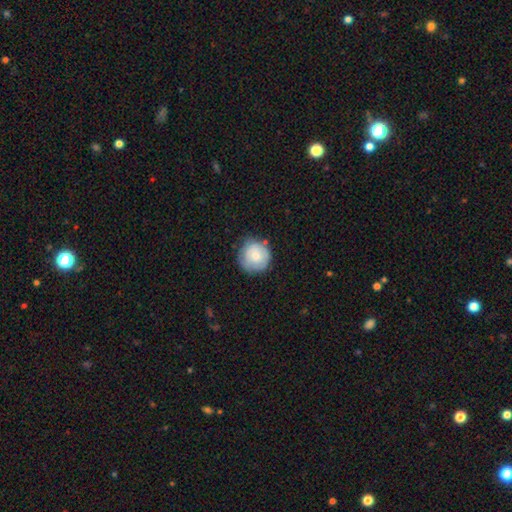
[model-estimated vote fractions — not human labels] Smooth or featured?
  - smooth: 69% *
  - featured or disk: 24%
  - star or artifact: 7%
How rounded?
  - round: 93% *
  - in between: 6%
  - cigar-shaped: 1%
Merging?
  - none: 74% *
  - minor disturbance: 19%
  - major disturbance: 4%
  - merger: 2%